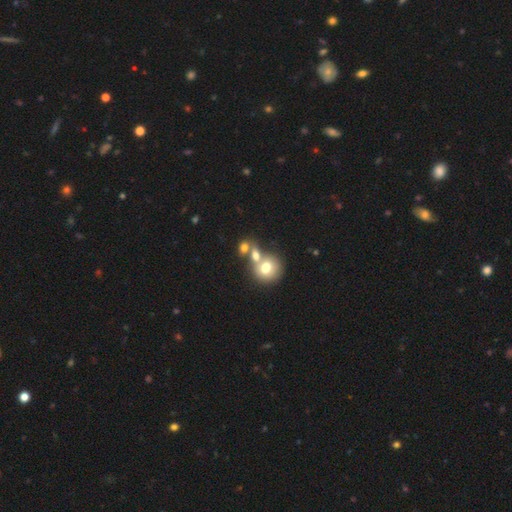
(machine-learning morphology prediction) smooth_or_featured: smooth (p=0.68) [alt: featured or disk p=0.22]
how_rounded: round (p=0.71) [alt: in between p=0.28]
merging: merger (p=0.55) [alt: none p=0.32]